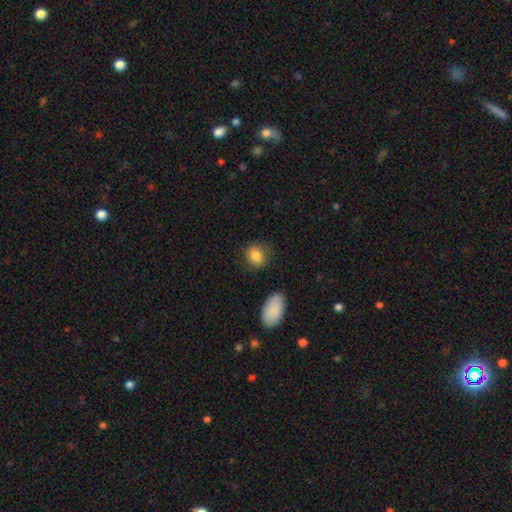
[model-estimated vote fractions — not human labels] Smooth or featured?
  - smooth: 84% *
  - star or artifact: 8%
  - featured or disk: 7%
How rounded?
  - round: 59% *
  - in between: 39%
  - cigar-shaped: 1%
Merging?
  - none: 77% *
  - minor disturbance: 16%
  - major disturbance: 4%
  - merger: 3%